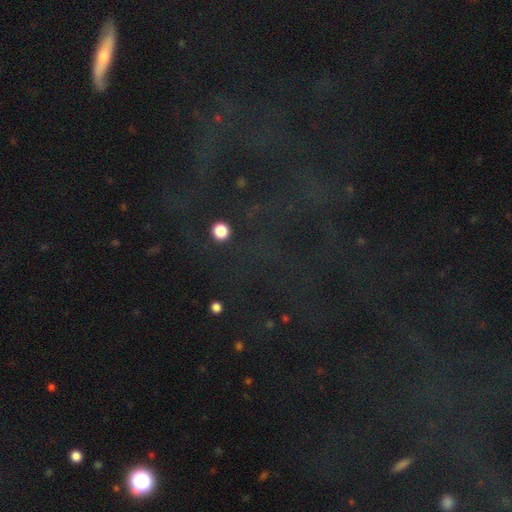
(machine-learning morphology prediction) The model was most divided on "smooth or featured": star or artifact: 70%, featured or disk: 16%, smooth: 14%.